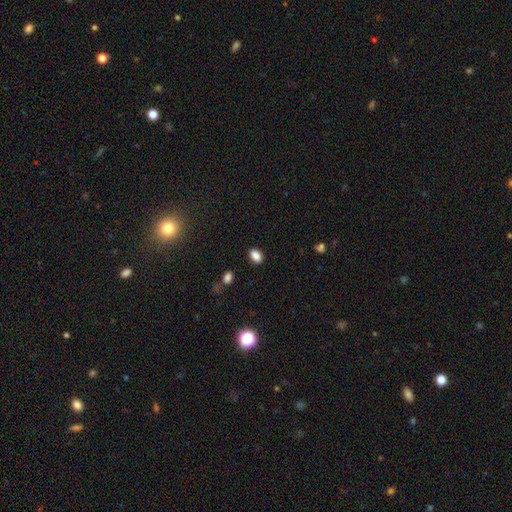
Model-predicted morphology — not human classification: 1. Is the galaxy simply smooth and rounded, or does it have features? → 86% smooth, 10% star or artifact, 3% featured or disk.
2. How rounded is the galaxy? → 82% in between, 16% round, 2% cigar-shaped.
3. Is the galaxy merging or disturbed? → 87% none, 9% minor disturbance, 2% major disturbance, 2% merger.